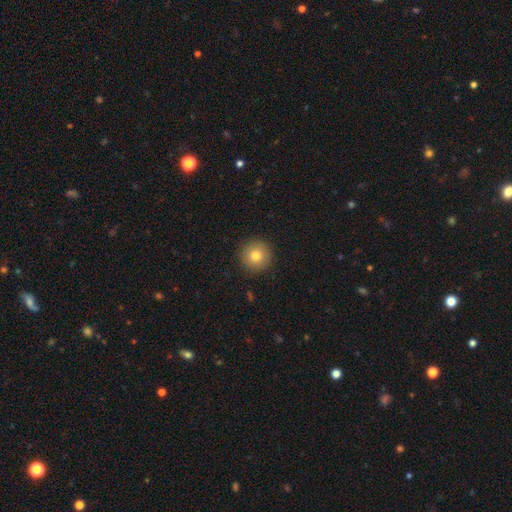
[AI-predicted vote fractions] smooth_or_featured: smooth (p=0.78) [alt: featured or disk p=0.11]
how_rounded: round (p=0.96) [alt: in between p=0.03]
merging: none (p=0.92) [alt: minor disturbance p=0.05]